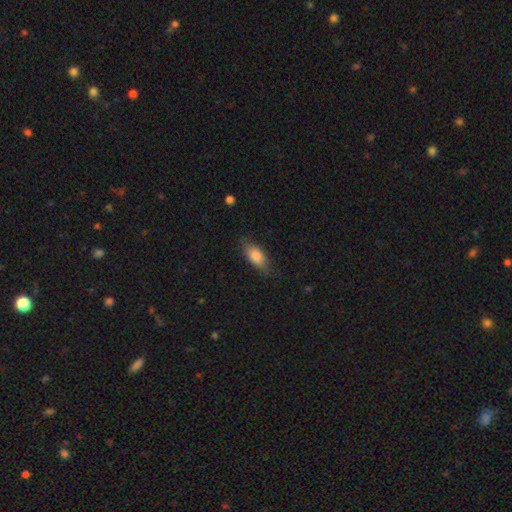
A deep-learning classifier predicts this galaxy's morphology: This appears to be a smooth galaxy with no disk features (84%) that is in between round and cigar-shaped (86%). Merging: none (77%).